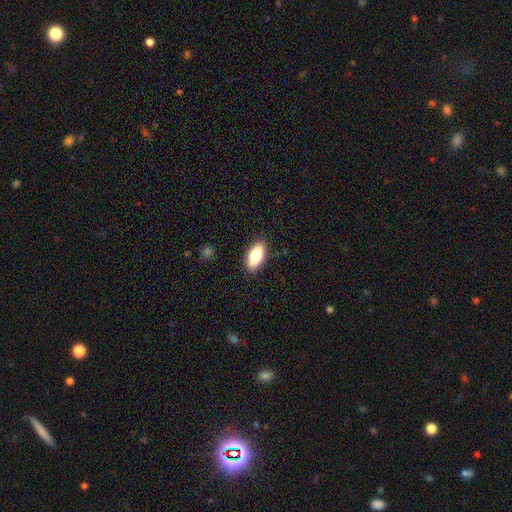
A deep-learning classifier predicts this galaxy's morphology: Overall: smooth (78%). How rounded: in between (85%). Merging: none (88%).